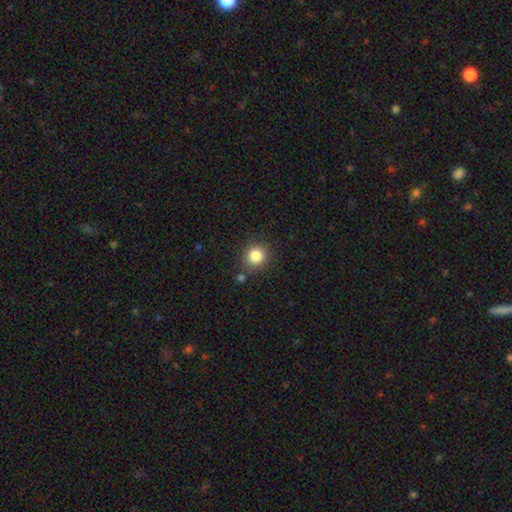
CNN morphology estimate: Q: Smooth or featured?
A: smooth (84%); runner-up: star or artifact (11%)
Q: How rounded?
A: round (90%); runner-up: in between (9%)
Q: Merging?
A: none (83%); runner-up: minor disturbance (9%)